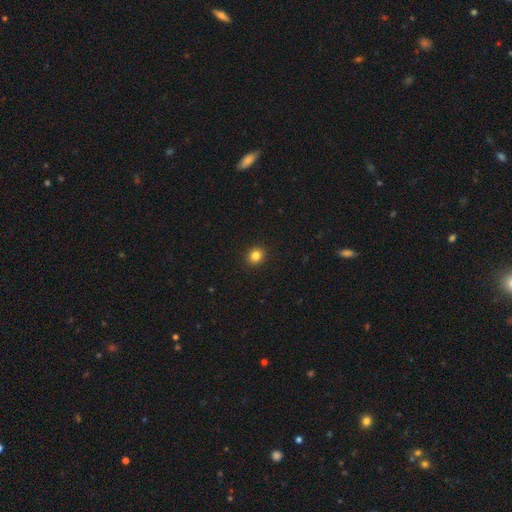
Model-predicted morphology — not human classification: type=smooth (84%); roundness=round (78%); merging=none (92%).